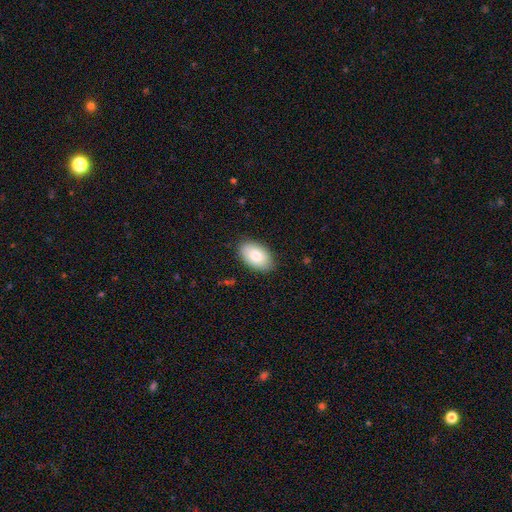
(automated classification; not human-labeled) Smooth or featured: smooth — 81% (featured or disk — 13%)
How rounded: in between — 93% (round — 6%)
Merging: none — 86% (minor disturbance — 11%)